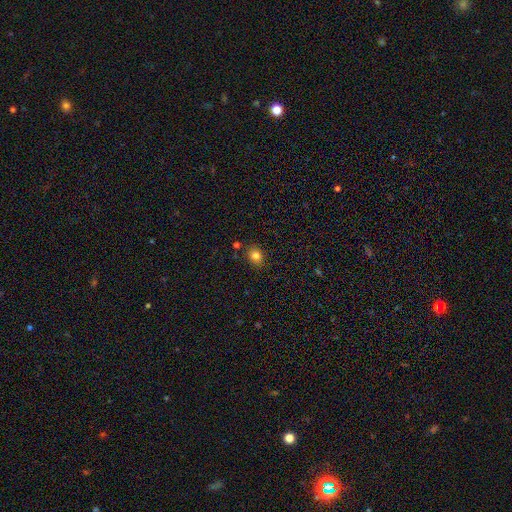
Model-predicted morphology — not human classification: A smooth galaxy with no disk features (81%) that is round (61%).

Vote fractions:
- Smooth or featured? smooth: 81% / star or artifact: 12% / featured or disk: 6%
- How rounded? round: 61% / in between: 38% / cigar-shaped: 1%
- Merging? none: 84% / minor disturbance: 10% / merger: 3% / major disturbance: 2%